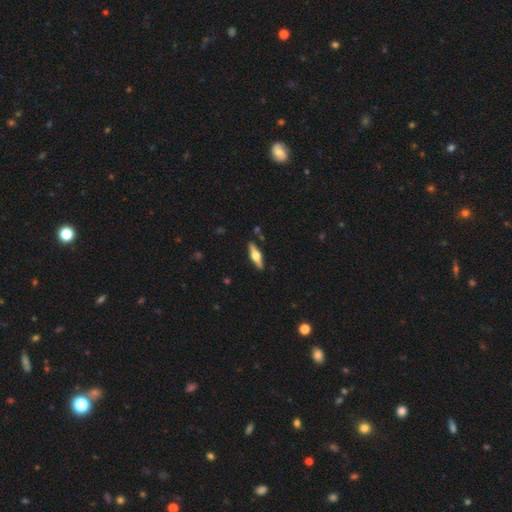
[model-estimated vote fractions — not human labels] Smooth or featured? featured or disk (65%)
Edge-on disk? yes (95%)
Edge-on bulge? rounded (95%)
Merging? none (89%)